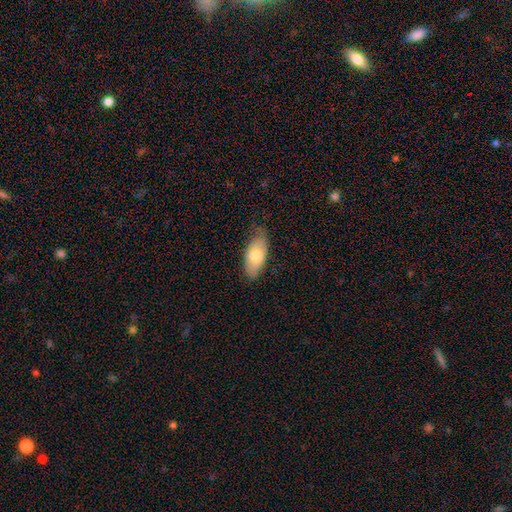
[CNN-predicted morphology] Smooth or featured?
  - smooth: 72% *
  - featured or disk: 22%
  - star or artifact: 6%
How rounded?
  - in between: 90% *
  - cigar-shaped: 8%
  - round: 3%
Merging?
  - none: 66% *
  - minor disturbance: 28%
  - major disturbance: 5%
  - merger: 1%